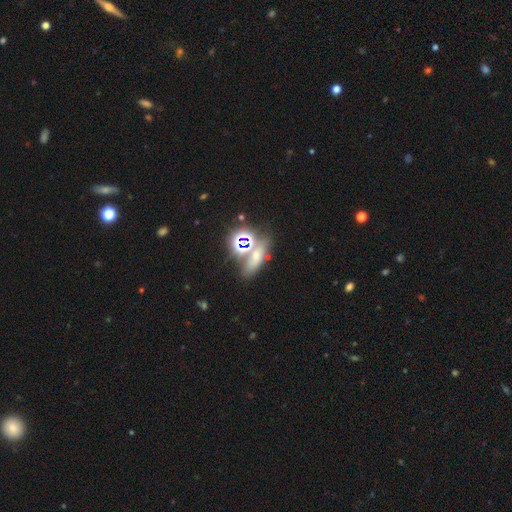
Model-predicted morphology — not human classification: Smooth or featured? Predicted: smooth (p=0.45). Merging? Predicted: none (p=0.59).